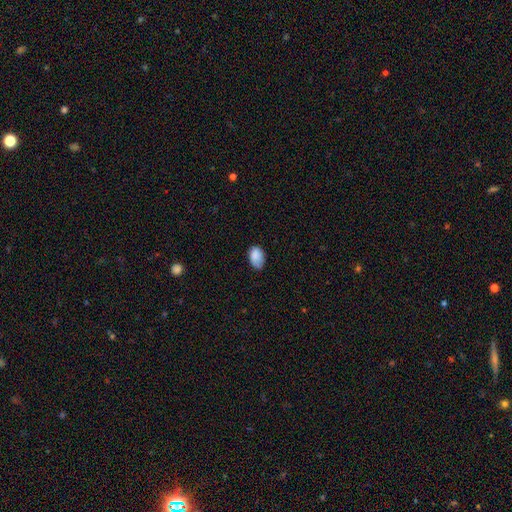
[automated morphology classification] type=smooth (85%); roundness=in between (86%); merging=none (58%).